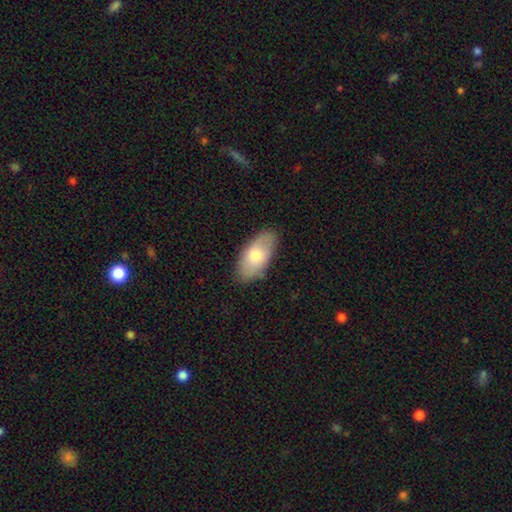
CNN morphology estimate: The model was most divided on "smooth or featured": smooth: 74%, featured or disk: 20%, star or artifact: 6%. More confident: how rounded — in between (93%); merging — none (81%).